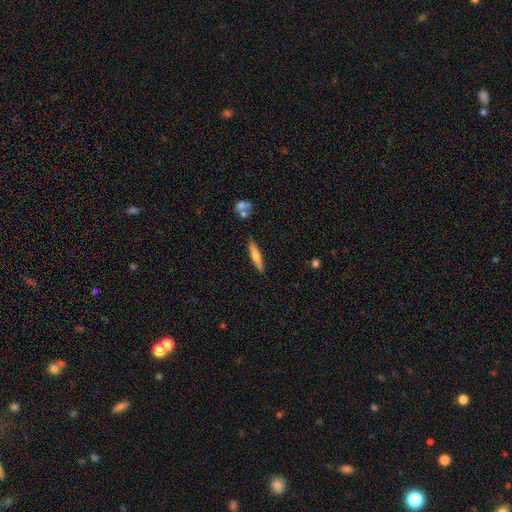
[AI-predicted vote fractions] smooth 54%, featured or disk 40%, star or artifact 6%. Down the decision tree: how rounded — cigar-shaped (86%); merging — none (86%).